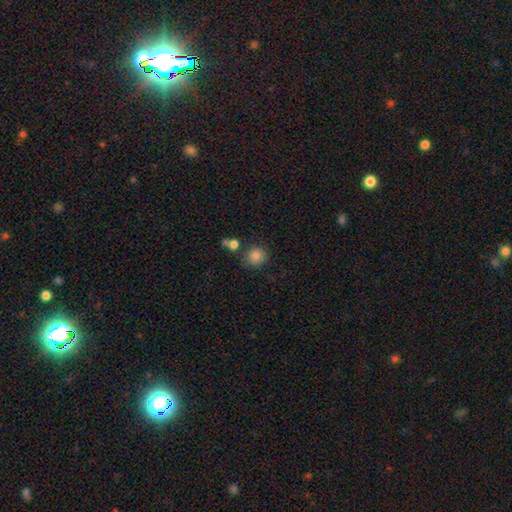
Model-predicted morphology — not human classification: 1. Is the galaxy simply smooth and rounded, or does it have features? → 84% smooth, 10% star or artifact, 5% featured or disk.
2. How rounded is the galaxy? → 87% round, 12% in between, 1% cigar-shaped.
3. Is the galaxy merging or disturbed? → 74% none, 12% minor disturbance, 9% merger, 4% major disturbance.